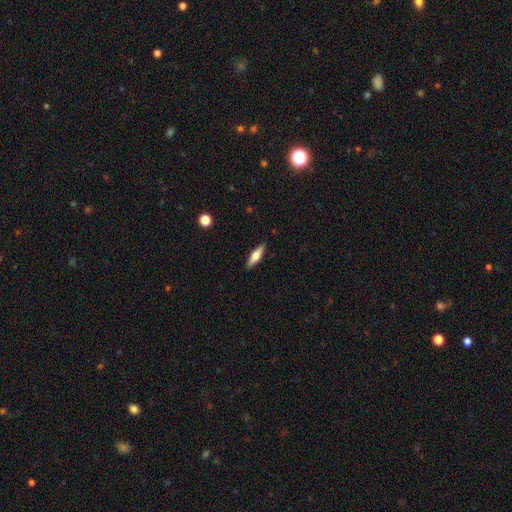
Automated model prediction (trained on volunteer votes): This appears to be a smooth galaxy with no disk features (52%) that is cigar-shaped (60%). Merging: none (90%).